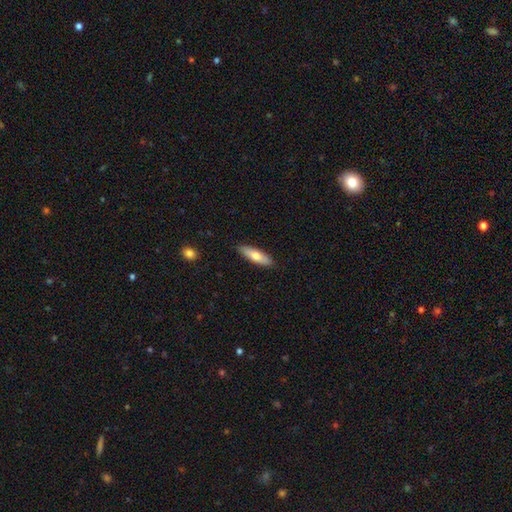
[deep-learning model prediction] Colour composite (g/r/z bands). It shows a smooth galaxy with no disk features (69%) that is cigar-shaped (59%). Merging: none (88%).